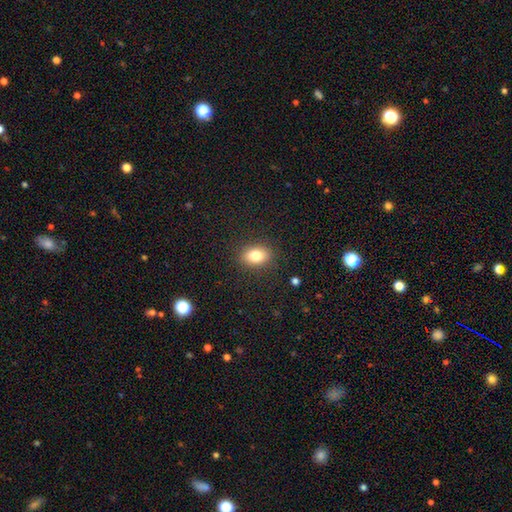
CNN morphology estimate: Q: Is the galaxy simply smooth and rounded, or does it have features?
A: smooth — 81%.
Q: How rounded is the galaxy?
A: in between — 75%.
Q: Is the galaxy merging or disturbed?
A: none — 87%.